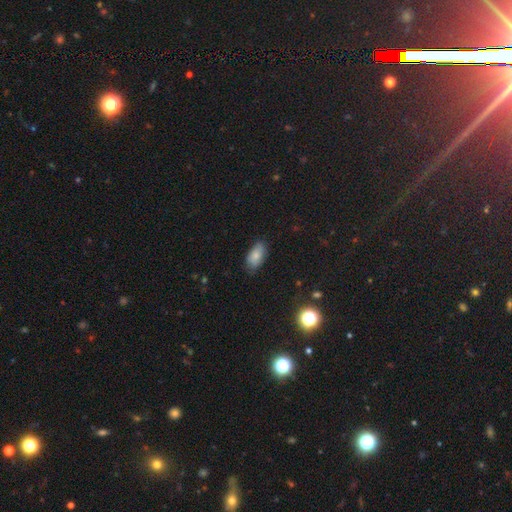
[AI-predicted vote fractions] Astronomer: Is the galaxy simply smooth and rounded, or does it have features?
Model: smooth — 83%.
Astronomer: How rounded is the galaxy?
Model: in between — 92%.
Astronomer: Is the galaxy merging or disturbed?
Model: none — 78%.